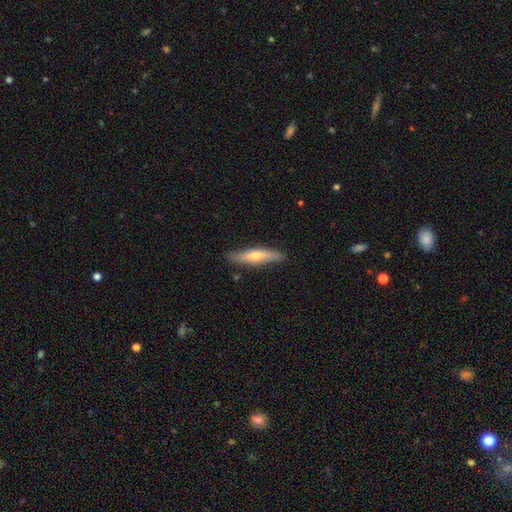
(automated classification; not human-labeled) This is possibly a featured or disk galaxy (51%). It is clearly viewed edge-on (89%). Merging: clearly none (88%).